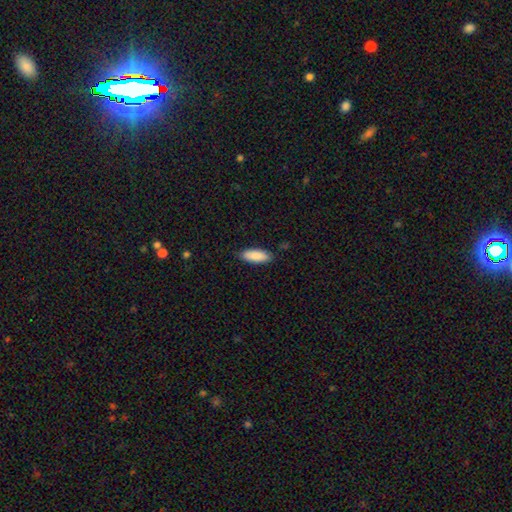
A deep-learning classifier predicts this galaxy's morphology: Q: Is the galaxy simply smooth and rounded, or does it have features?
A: smooth — 89%.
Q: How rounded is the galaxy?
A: in between — 71%.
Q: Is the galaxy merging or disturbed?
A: none — 86%.